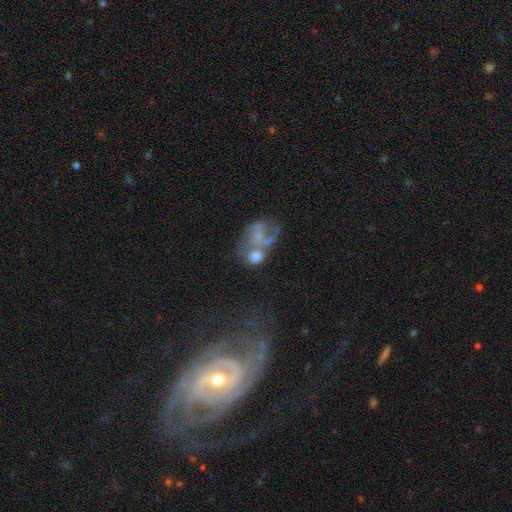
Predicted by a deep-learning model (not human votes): This appears to be a featured or disk galaxy (52%) with no bar (79%), no spiral arms (60%) and no central bulge (45%). Merging: merger (37%).